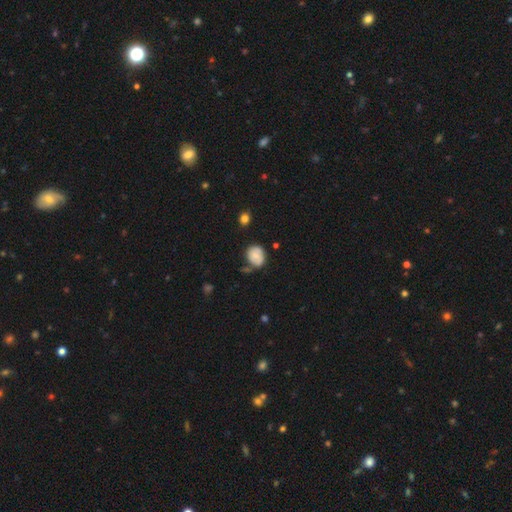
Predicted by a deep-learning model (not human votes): A smooth galaxy with no disk features (71%) that is round (56%).

Vote fractions:
- Smooth or featured? smooth: 71% / featured or disk: 21% / star or artifact: 8%
- How rounded? round: 56% / in between: 43% / cigar-shaped: 1%
- Merging? none: 54% / minor disturbance: 29% / major disturbance: 8% / merger: 8%